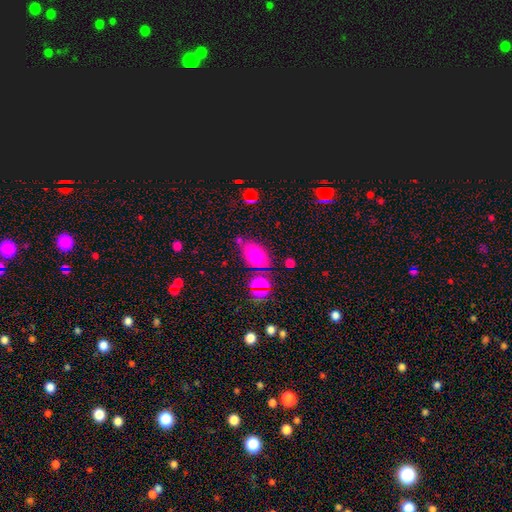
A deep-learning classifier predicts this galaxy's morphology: Smooth or featured: smooth — 76% (star or artifact — 12%)
How rounded: in between — 86% (round — 11%)
Merging: none — 70% (minor disturbance — 16%)